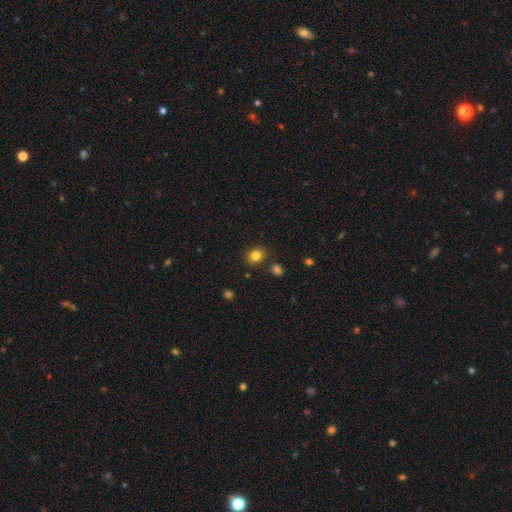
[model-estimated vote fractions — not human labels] Smooth or featured?
  - smooth: 83% *
  - star or artifact: 12%
  - featured or disk: 6%
How rounded?
  - round: 58% *
  - in between: 41%
  - cigar-shaped: 1%
Merging?
  - none: 84% *
  - minor disturbance: 9%
  - merger: 4%
  - major disturbance: 3%